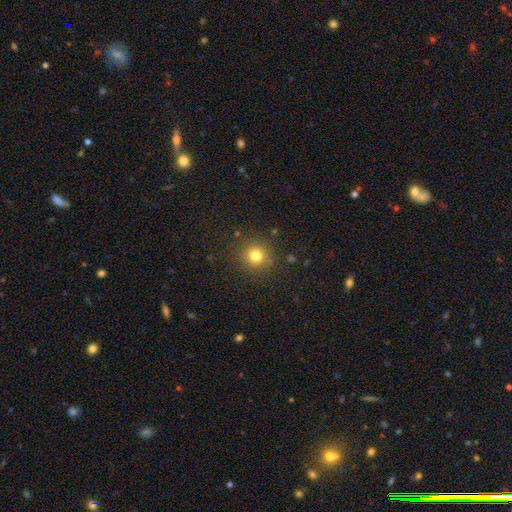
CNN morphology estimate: Smooth or featured: smooth — 79% (star or artifact — 15%)
How rounded: round — 93% (in between — 6%)
Merging: none — 88% (minor disturbance — 7%)